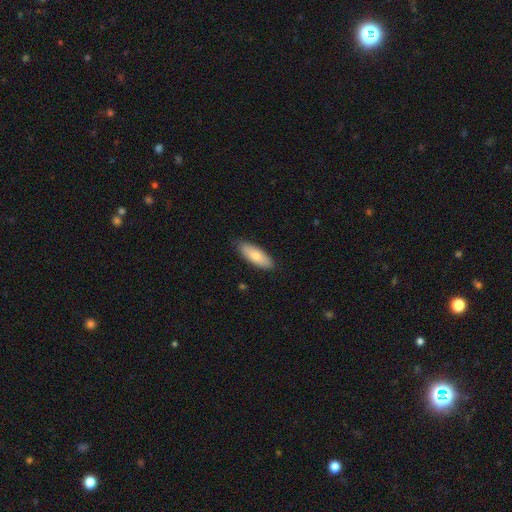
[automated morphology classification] A smooth galaxy with no disk features (78%) that is in between round and cigar-shaped (73%).

Vote fractions:
- Smooth or featured? smooth: 78% / featured or disk: 16% / star or artifact: 6%
- How rounded? in between: 73% / cigar-shaped: 25% / round: 2%
- Merging? none: 84% / minor disturbance: 13% / major disturbance: 2% / merger: 1%